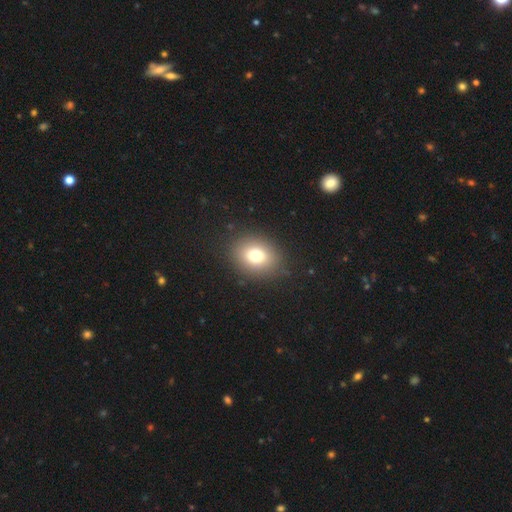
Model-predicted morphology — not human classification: smooth_or_featured: smooth (p=0.76) [alt: star or artifact p=0.13]
how_rounded: round (p=0.51) [alt: in between p=0.48]
merging: none (p=0.87) [alt: minor disturbance p=0.08]